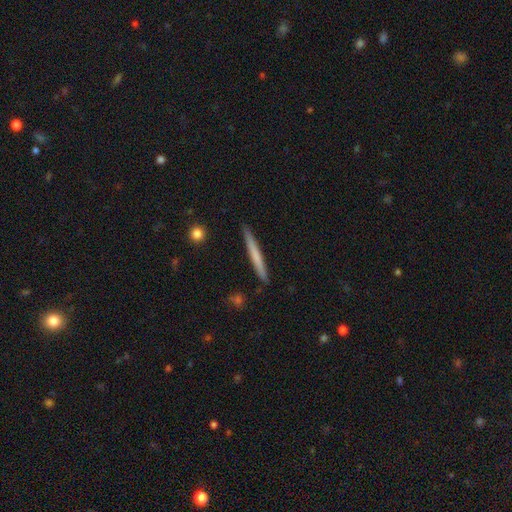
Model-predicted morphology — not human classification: smooth_or_featured: smooth (p=0.59) [alt: featured or disk p=0.35]
how_rounded: cigar-shaped (p=0.97) [alt: in between p=0.02]
merging: none (p=0.91) [alt: minor disturbance p=0.07]